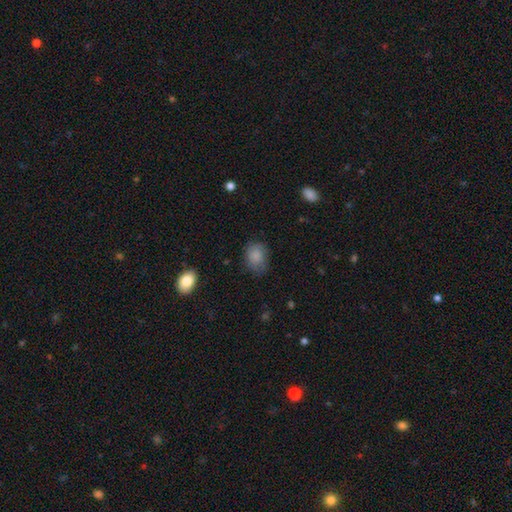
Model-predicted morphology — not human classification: Smooth or featured? smooth (85%)
How rounded? in between (63%)
Merging? none (69%)